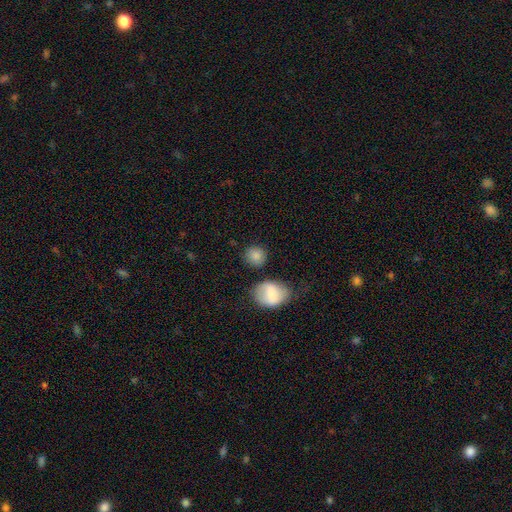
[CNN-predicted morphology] A smooth galaxy with no disk features (85%) that is round (84%).

Vote fractions:
- Smooth or featured? smooth: 85% / star or artifact: 8% / featured or disk: 6%
- How rounded? round: 84% / in between: 15% / cigar-shaped: 1%
- Merging? none: 78% / minor disturbance: 11% / merger: 7% / major disturbance: 4%